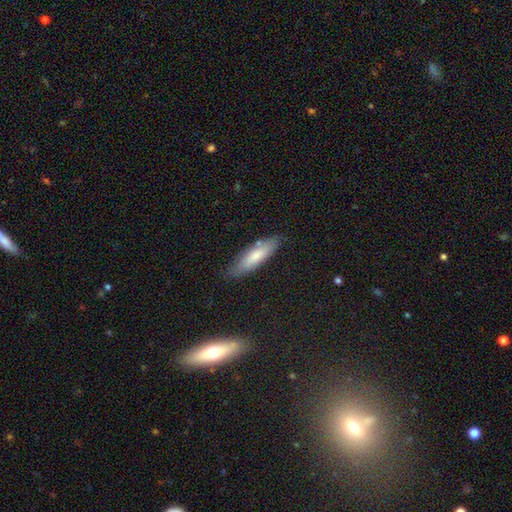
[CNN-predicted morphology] Smooth or featured? Predicted: smooth (p=0.73). How rounded? Predicted: cigar-shaped (p=0.57). Merging? Predicted: none (p=0.76).